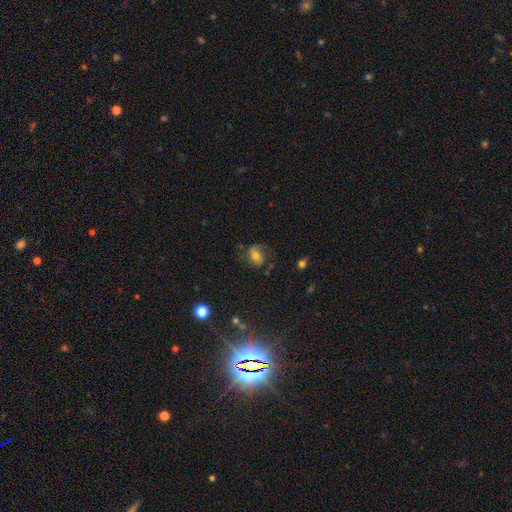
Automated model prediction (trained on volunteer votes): smooth_or_featured: smooth (p=0.53) [alt: featured or disk p=0.34]
how_rounded: in between (p=0.59) [alt: round p=0.39]
merging: none (p=0.61) [alt: minor disturbance p=0.24]